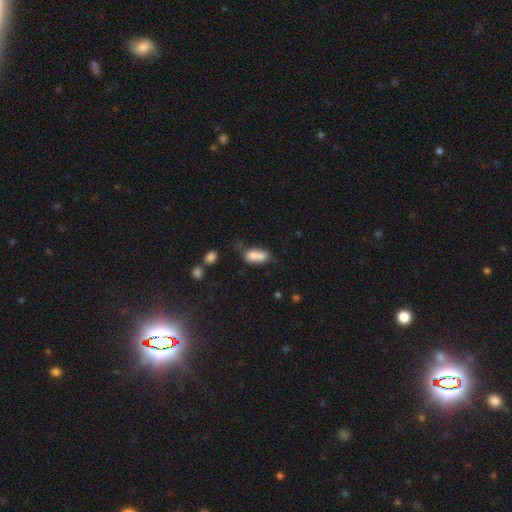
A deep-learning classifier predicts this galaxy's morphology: Smooth or featured? smooth (69%)
How rounded? in between (78%)
Merging? merger (56%)